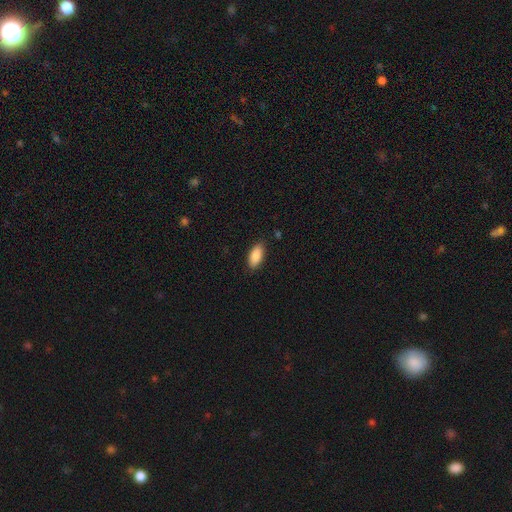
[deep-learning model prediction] The model was most divided on "merging": none: 85%, minor disturbance: 11%, major disturbance: 2%, merger: 1%. More confident: how rounded — in between (90%); smooth or featured — smooth (89%).